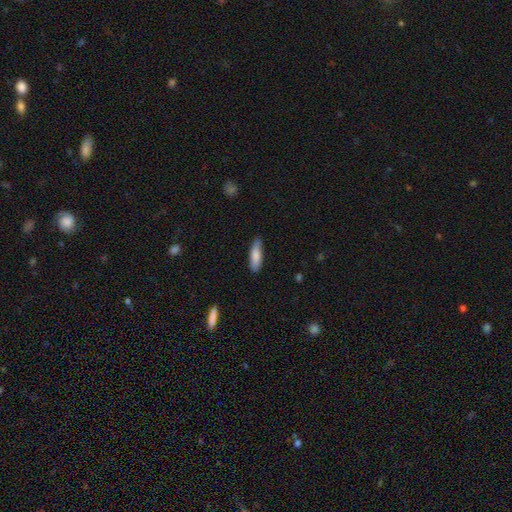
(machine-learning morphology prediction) A smooth galaxy with no disk features (80%) that is cigar-shaped (60%).

Vote fractions:
- Smooth or featured? smooth: 80% / featured or disk: 14% / star or artifact: 6%
- How rounded? cigar-shaped: 60% / in between: 39% / round: 2%
- Merging? none: 79% / minor disturbance: 17% / major disturbance: 2% / merger: 1%